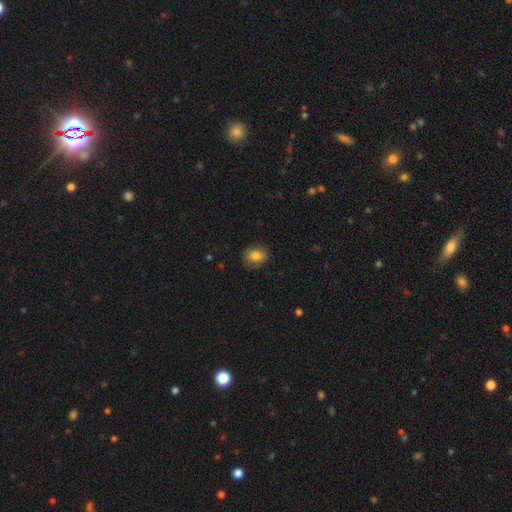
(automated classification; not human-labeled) Smooth or featured? smooth (80%)
How rounded? in between (55%)
Merging? none (82%)